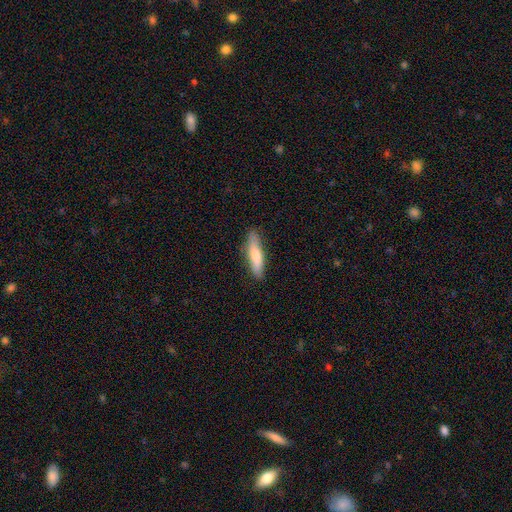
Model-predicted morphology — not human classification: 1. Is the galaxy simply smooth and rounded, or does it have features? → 73% smooth, 22% featured or disk, 6% star or artifact.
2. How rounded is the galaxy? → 74% cigar-shaped, 25% in between, 2% round.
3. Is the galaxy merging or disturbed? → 84% none, 12% minor disturbance, 2% major disturbance, 1% merger.